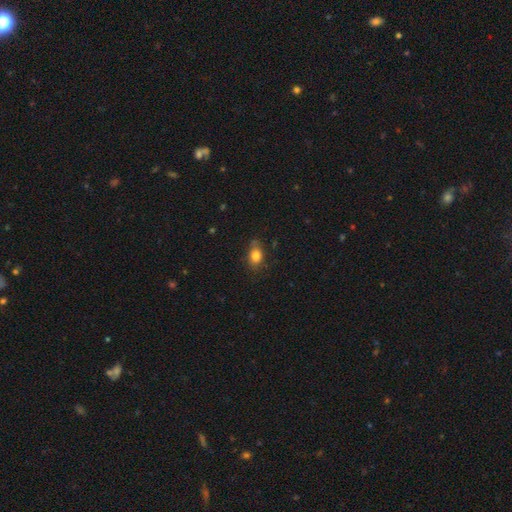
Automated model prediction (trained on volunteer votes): Smooth or featured? smooth (82%)
How rounded? in between (72%)
Merging? none (70%)